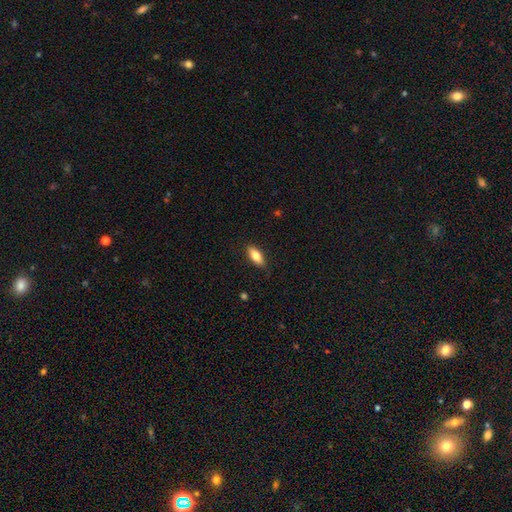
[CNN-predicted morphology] Overall: smooth (78%). How rounded: in between (78%). Merging: none (83%).